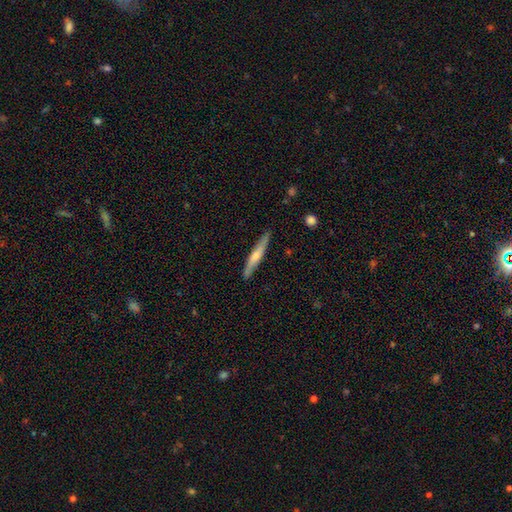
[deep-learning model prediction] featured or disk 48%, smooth 47%, star or artifact 5%. Down the decision tree: merging — none (88%).